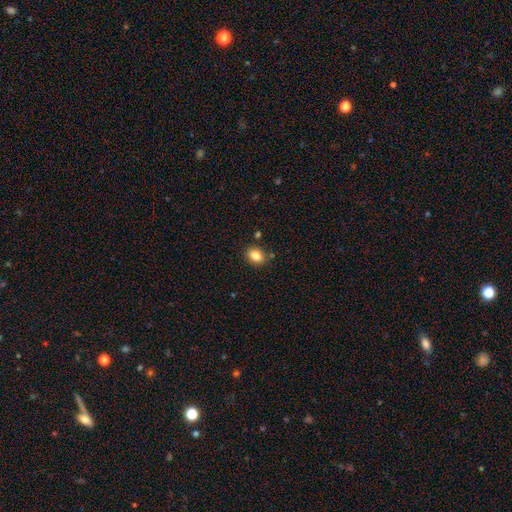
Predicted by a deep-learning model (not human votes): Smooth or featured? smooth (85%)
How rounded? in between (60%)
Merging? none (83%)